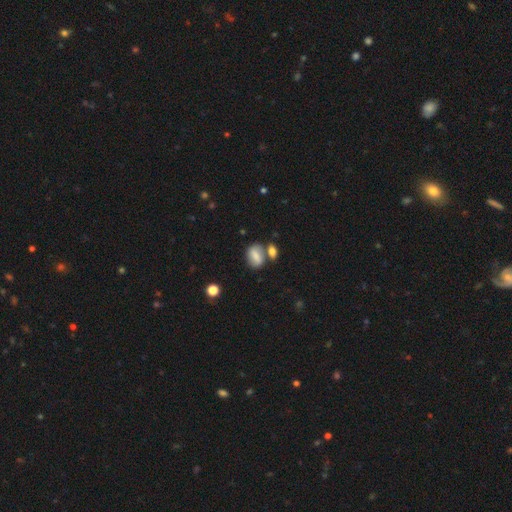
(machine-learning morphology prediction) A smooth galaxy with no disk features (74%) that is in between round and cigar-shaped (78%). Merging: none (51%).